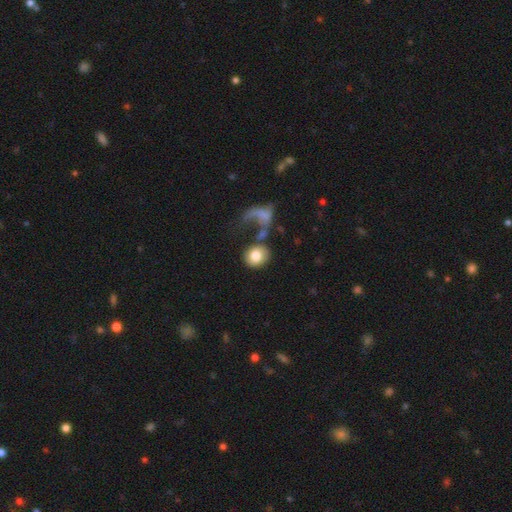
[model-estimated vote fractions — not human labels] Q: Smooth or featured?
A: smooth (77%); runner-up: featured or disk (16%)
Q: How rounded?
A: round (77%); runner-up: in between (22%)
Q: Merging?
A: none (42%); runner-up: major disturbance (23%)